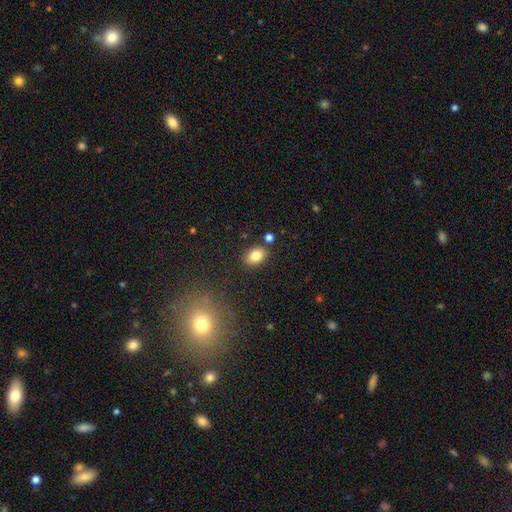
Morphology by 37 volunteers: type=smooth (89%); roundness=in between (73%); merging=none (79%).